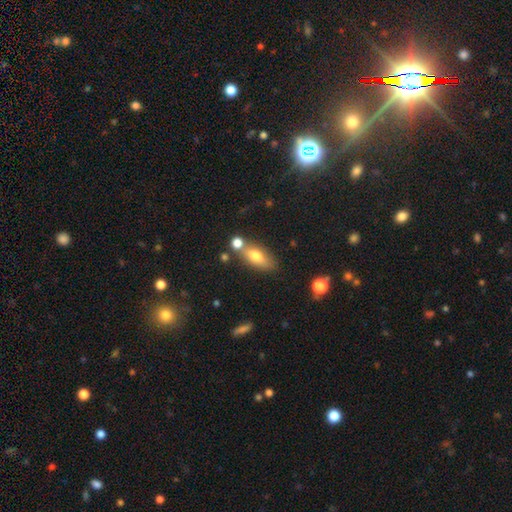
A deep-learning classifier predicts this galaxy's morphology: Smooth or featured? Predicted: smooth (p=0.71). How rounded? Predicted: in between (p=0.76). Merging? Predicted: none (p=0.61).